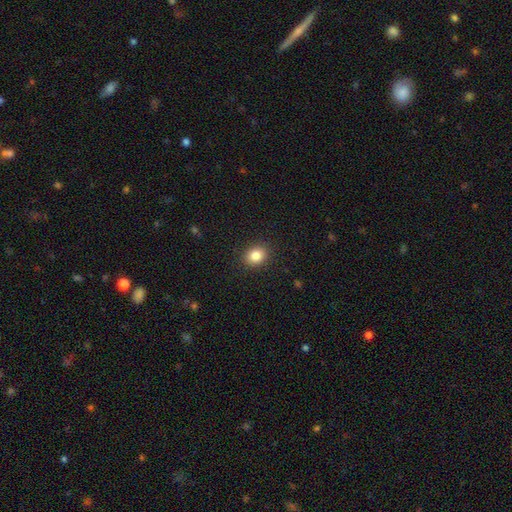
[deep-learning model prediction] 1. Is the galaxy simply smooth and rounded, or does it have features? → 85% smooth, 9% star or artifact, 5% featured or disk.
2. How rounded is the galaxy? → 53% round, 46% in between, 1% cigar-shaped.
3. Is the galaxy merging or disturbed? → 89% none, 7% minor disturbance, 2% major disturbance, 1% merger.